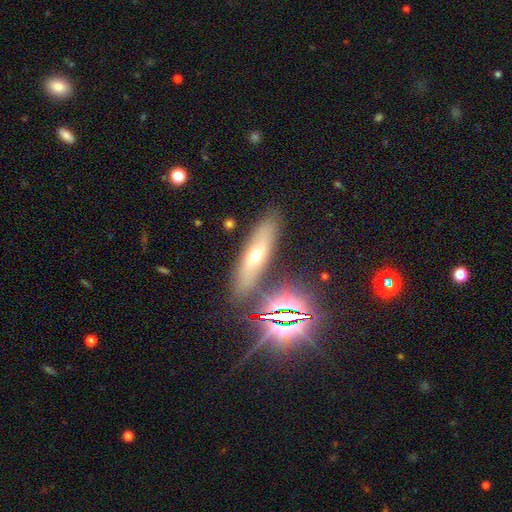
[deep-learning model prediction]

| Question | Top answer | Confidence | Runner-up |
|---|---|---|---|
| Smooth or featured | featured or disk | 39% | smooth (36%) |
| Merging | none | 82% | minor disturbance (10%) |